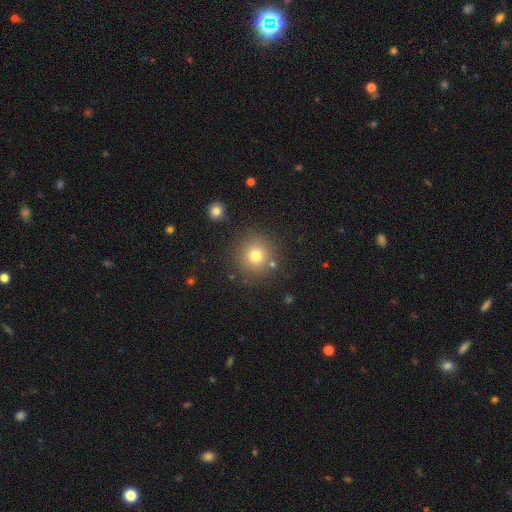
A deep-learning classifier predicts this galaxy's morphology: type=smooth (75%); roundness=round (94%); merging=none (84%).